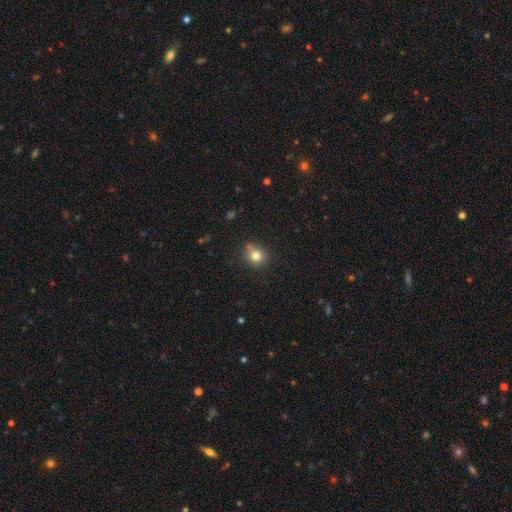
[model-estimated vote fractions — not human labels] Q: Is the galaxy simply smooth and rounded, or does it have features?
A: smooth — 79%.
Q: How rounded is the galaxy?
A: round — 82%.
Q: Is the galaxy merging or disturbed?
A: none — 68%.